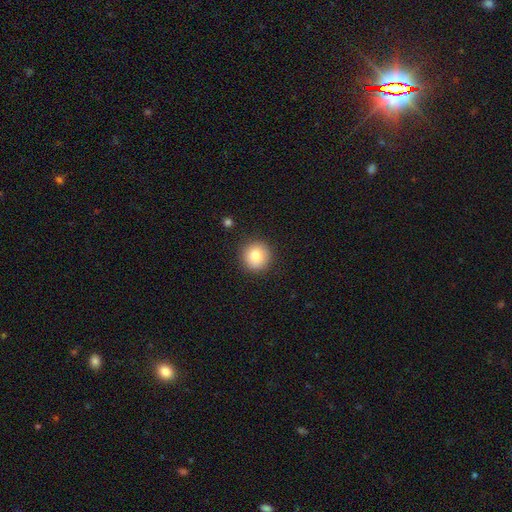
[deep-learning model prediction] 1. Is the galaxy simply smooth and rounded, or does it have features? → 84% smooth, 9% star or artifact, 7% featured or disk.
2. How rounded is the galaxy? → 94% round, 5% in between, 1% cigar-shaped.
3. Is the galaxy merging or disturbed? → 89% none, 7% minor disturbance, 2% major disturbance, 1% merger.